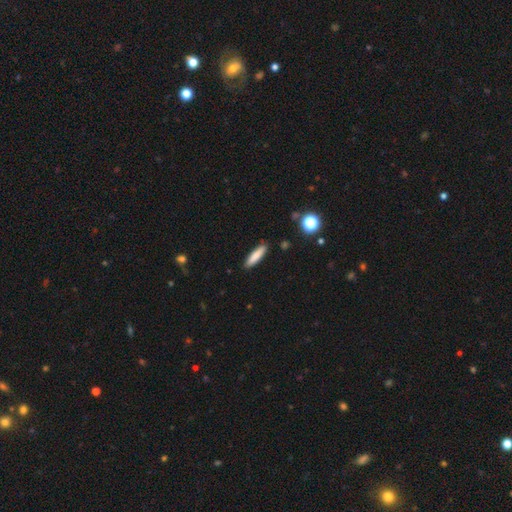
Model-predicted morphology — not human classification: A smooth galaxy with no disk features (81%) that is cigar-shaped (78%). Merging: none (89%).